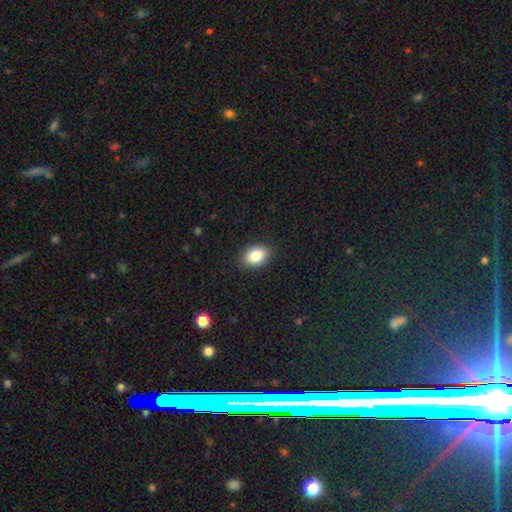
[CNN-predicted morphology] This is clearly a smooth galaxy (86%). How rounded: clearly in between (82%). Merging: clearly none (89%).